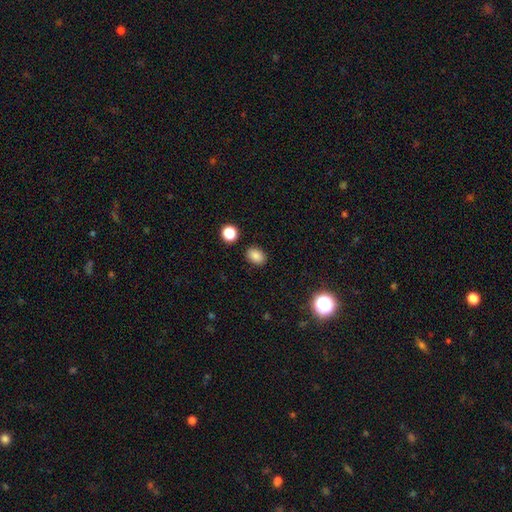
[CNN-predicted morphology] smooth_or_featured: smooth (p=0.85) [alt: star or artifact p=0.11]
how_rounded: in between (p=0.73) [alt: round p=0.26]
merging: none (p=0.87) [alt: minor disturbance p=0.08]